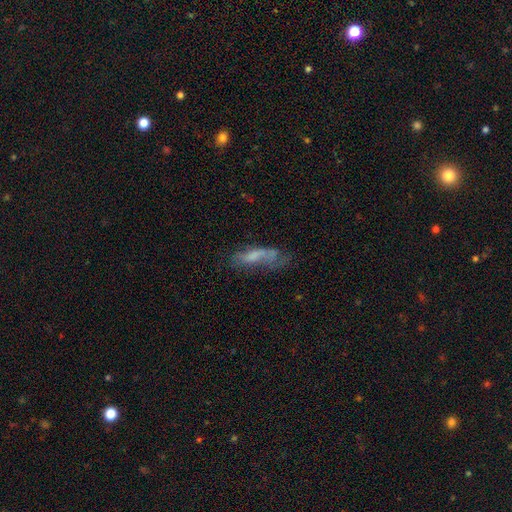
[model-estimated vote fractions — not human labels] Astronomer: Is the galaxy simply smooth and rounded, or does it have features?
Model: smooth — 49% (runner-up: featured or disk, 41%).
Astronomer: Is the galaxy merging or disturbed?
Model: none — 36% (runner-up: major disturbance, 31%).